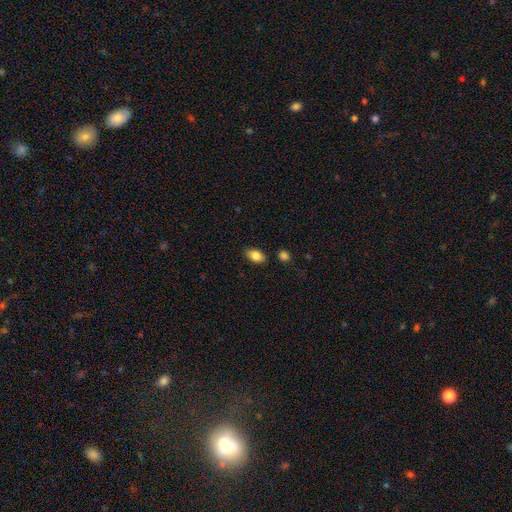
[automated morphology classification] smooth 84%, featured or disk 9%, star or artifact 8%. Down the decision tree: how rounded — in between (90%); merging — none (85%).